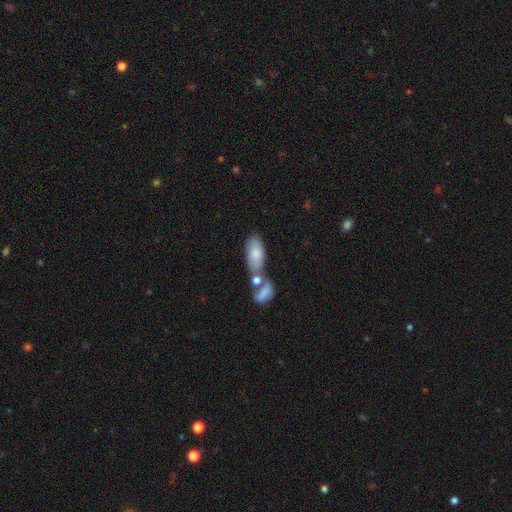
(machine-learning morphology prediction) This appears to be a smooth galaxy with no disk features (72%) that is in between round and cigar-shaped (87%). Merging: none (44%).